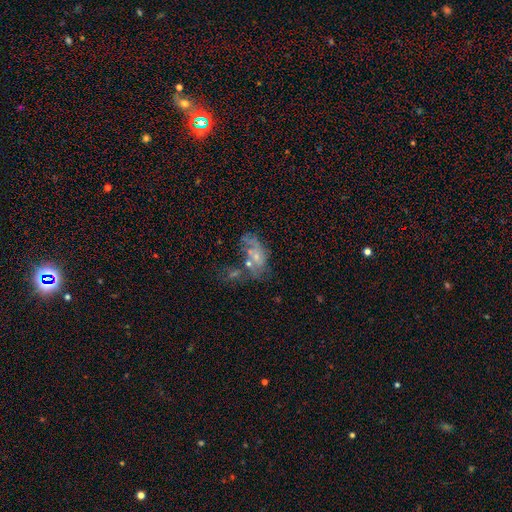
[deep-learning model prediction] This is possibly a featured or disk galaxy (48%). Merging: marginally merger (30%).